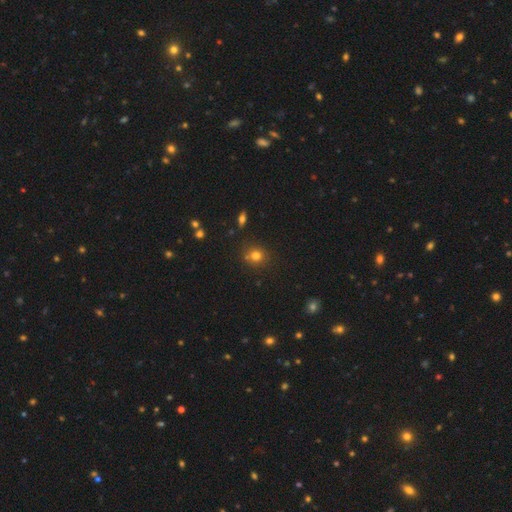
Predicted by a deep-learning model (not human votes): Smooth or featured? smooth (76%)
How rounded? round (78%)
Merging? none (72%)